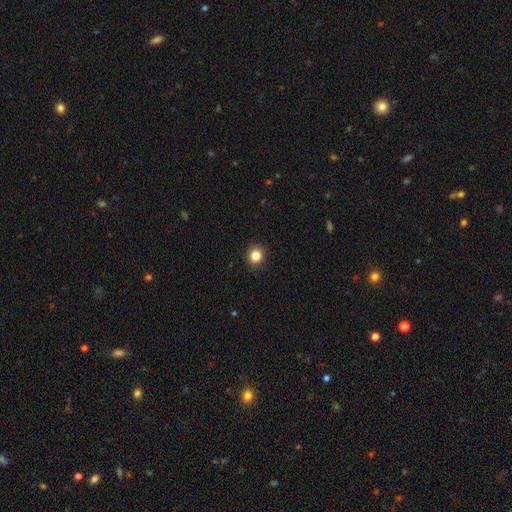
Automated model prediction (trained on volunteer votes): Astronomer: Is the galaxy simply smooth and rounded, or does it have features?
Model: smooth — 84%.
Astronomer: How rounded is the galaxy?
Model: round — 90%.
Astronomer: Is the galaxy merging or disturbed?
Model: none — 93%.